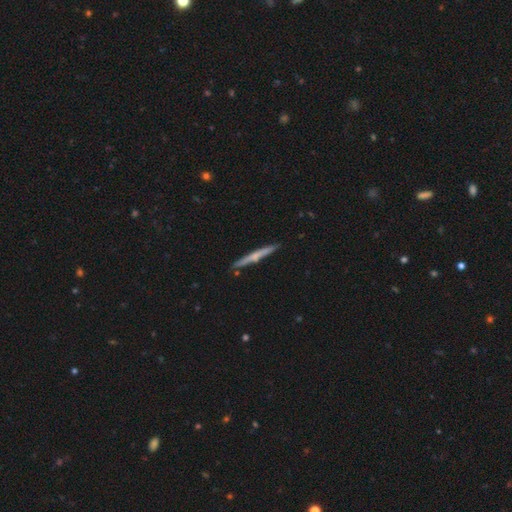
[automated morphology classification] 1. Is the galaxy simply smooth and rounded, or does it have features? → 53% featured or disk, 41% smooth, 6% star or artifact.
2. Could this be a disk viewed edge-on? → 97% yes, 3% no.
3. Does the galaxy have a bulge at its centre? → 48% none, 44% rounded, 7% boxy.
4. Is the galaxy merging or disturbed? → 89% none, 8% minor disturbance, 2% merger, 1% major disturbance.